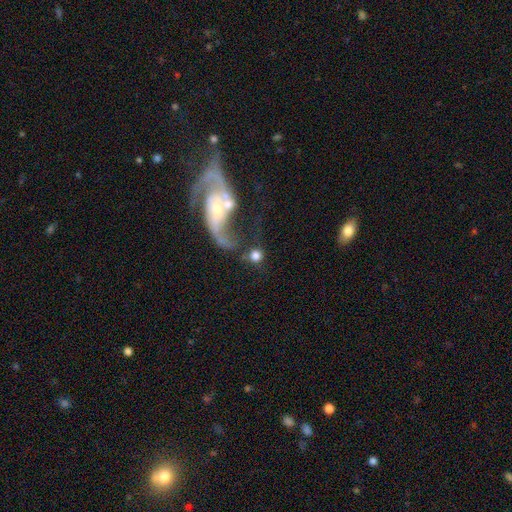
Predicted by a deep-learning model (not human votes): This is likely a smooth galaxy (67%). How rounded: clearly round (83%). Merging: marginally none (38%).